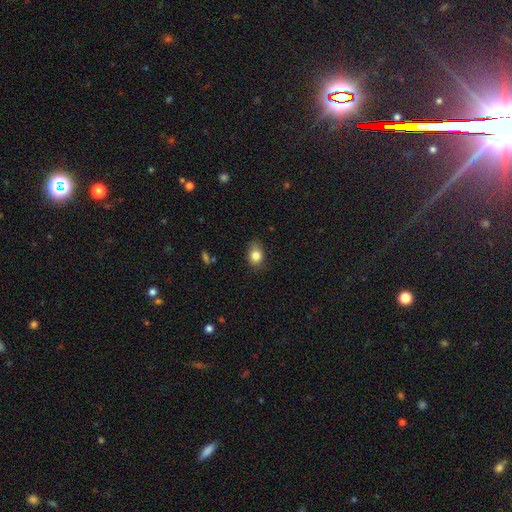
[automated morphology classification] type=smooth (83%); roundness=in between (67%); merging=none (76%).